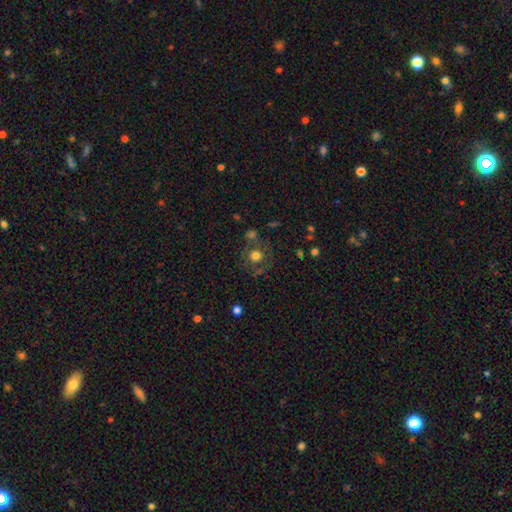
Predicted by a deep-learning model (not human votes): Smooth or featured: smooth — 63% (featured or disk — 24%)
How rounded: round — 92% (in between — 7%)
Merging: none — 70% (minor disturbance — 13%)